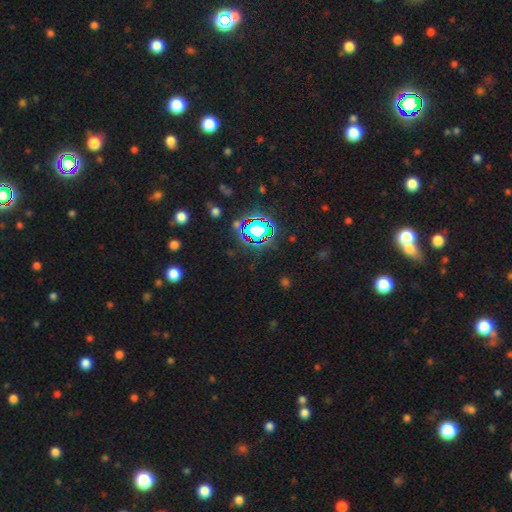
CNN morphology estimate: Smooth or featured: star or artifact — 79% (smooth — 14%)